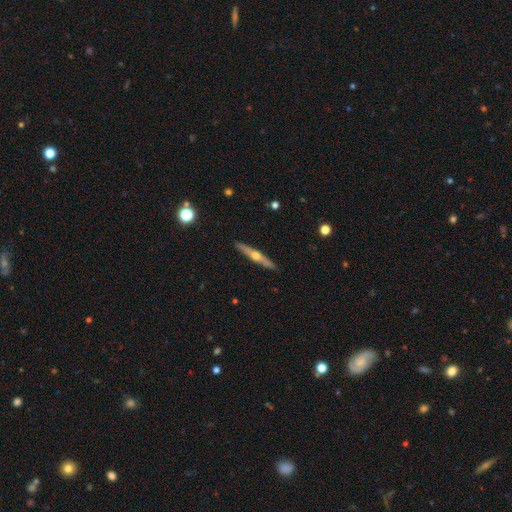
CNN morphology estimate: smooth-or-featured: featured or disk: 67% | smooth: 28% | star or artifact: 6%
  disk-edge-on: yes: 96% | no: 4%
    edge-on-bulge: rounded: 91% | none: 7% | boxy: 2%
  merging: none: 91% | minor disturbance: 6% | major disturbance: 1% | merger: 1%